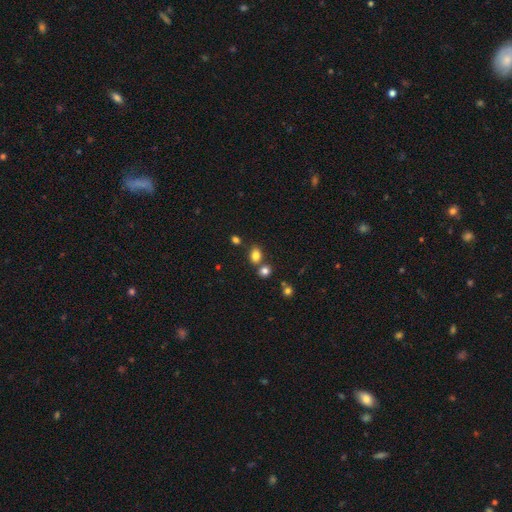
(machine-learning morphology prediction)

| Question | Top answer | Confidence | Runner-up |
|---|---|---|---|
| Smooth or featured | smooth | 81% | star or artifact (13%) |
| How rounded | in between | 64% | round (35%) |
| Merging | none | 65% | merger (20%) |